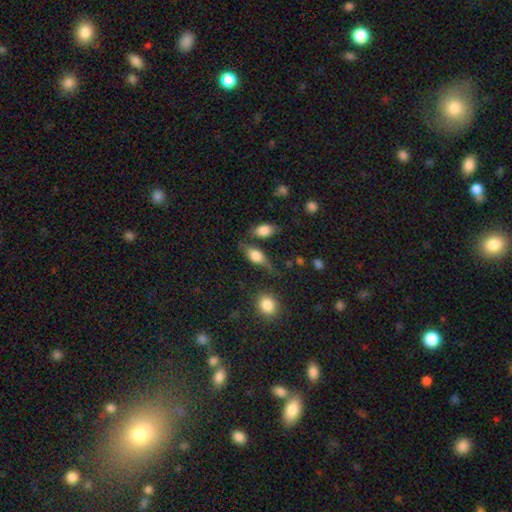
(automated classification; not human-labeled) Smooth or featured?
  - smooth: 52% *
  - featured or disk: 40%
  - star or artifact: 8%
How rounded?
  - in between: 71% *
  - cigar-shaped: 19%
  - round: 10%
Merging?
  - none: 62% *
  - minor disturbance: 21%
  - merger: 8%
  - major disturbance: 8%